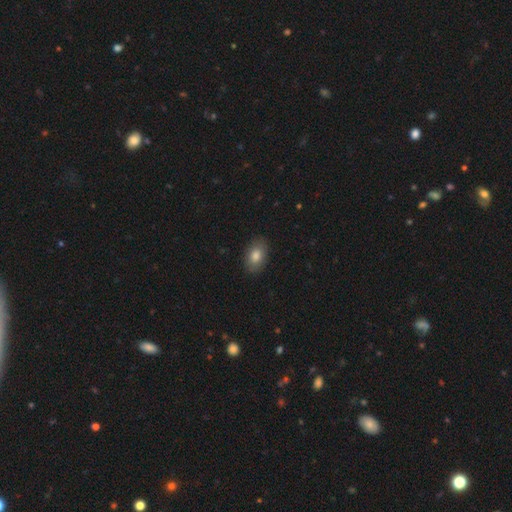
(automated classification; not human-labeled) A smooth galaxy with no disk features (82%) that is in between round and cigar-shaped (88%). Merging: none (87%).